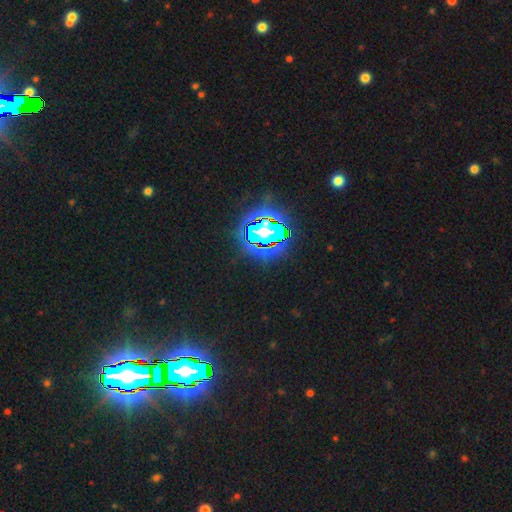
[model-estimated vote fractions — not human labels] smooth-or-featured: star or artifact: 85% | smooth: 8% | featured or disk: 7%